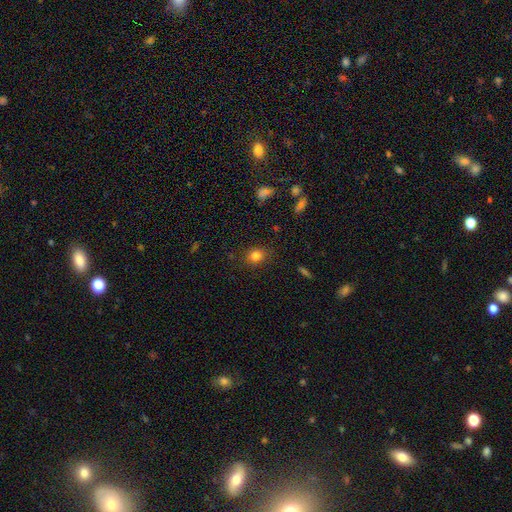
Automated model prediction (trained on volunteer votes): This is clearly a smooth galaxy (82%). How rounded: likely round (68%). Merging: clearly none (84%).